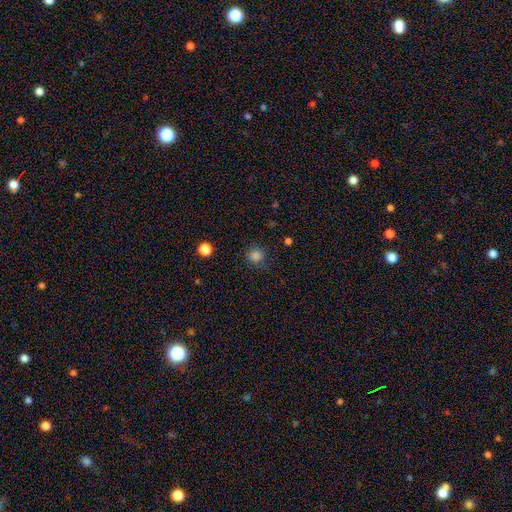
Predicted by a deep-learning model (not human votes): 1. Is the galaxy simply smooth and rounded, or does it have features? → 83% smooth, 13% star or artifact, 4% featured or disk.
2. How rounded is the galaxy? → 89% round, 10% in between, 1% cigar-shaped.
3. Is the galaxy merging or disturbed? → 81% none, 13% minor disturbance, 4% major disturbance, 1% merger.